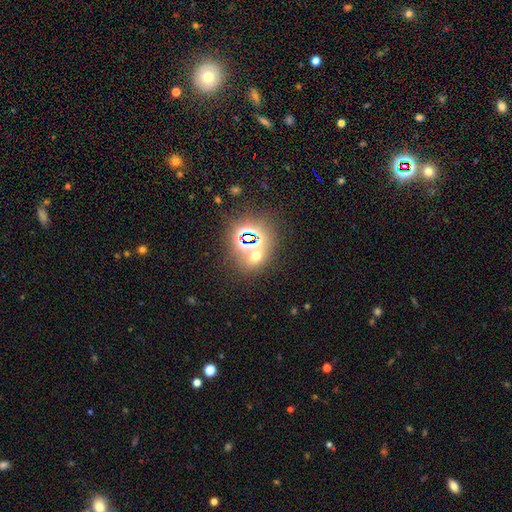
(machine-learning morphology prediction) Overall: star or artifact (51%; smooth 38%).